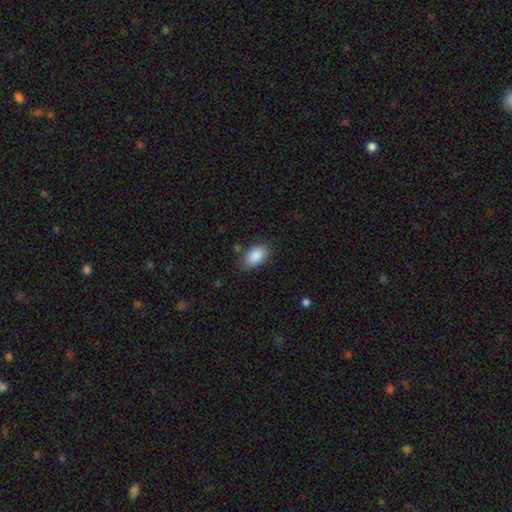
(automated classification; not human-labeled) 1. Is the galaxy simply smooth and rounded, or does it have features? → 88% smooth, 7% star or artifact, 5% featured or disk.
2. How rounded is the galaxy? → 91% in between, 8% round, 2% cigar-shaped.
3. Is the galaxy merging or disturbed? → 76% none, 17% minor disturbance, 4% major disturbance, 3% merger.